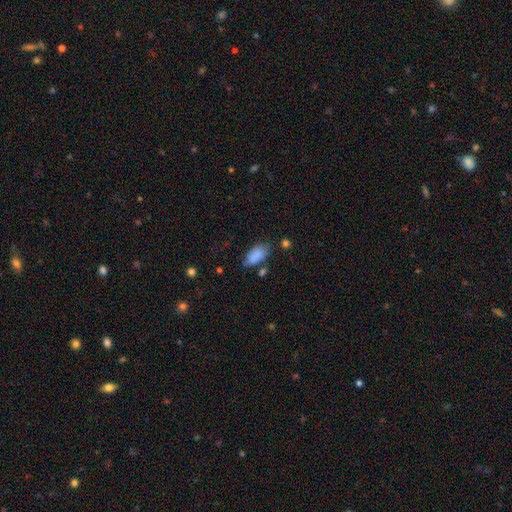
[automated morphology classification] The model was most divided on "merging": none: 64%, minor disturbance: 23%, major disturbance: 7%, merger: 6%. More confident: how rounded — in between (93%); smooth or featured — smooth (87%).